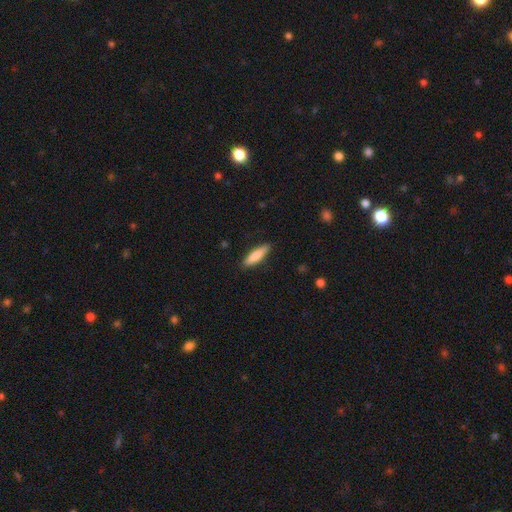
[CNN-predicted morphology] Overall: smooth (83%). How rounded: cigar-shaped (65%; in between 34%). Merging: none (85%).